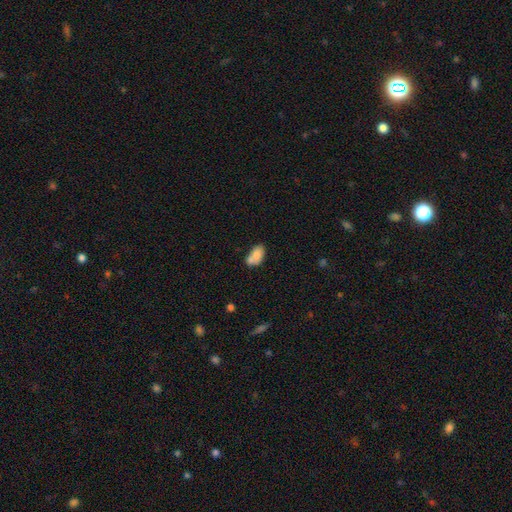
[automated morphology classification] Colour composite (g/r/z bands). It shows a smooth galaxy with no disk features (75%) that is in between round and cigar-shaped (89%). Merging: merger (40%).